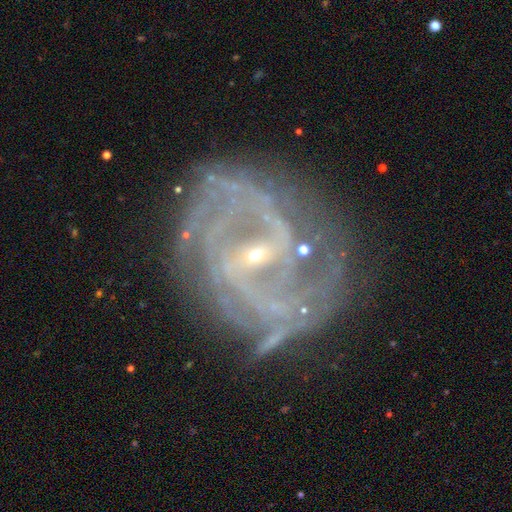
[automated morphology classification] This appears to be a featured or disk galaxy (89%) with a strong bar (42%), 2 (43%) tight (47%) spiral arms (96%) and a small central bulge (85%). Merging: none (66%).